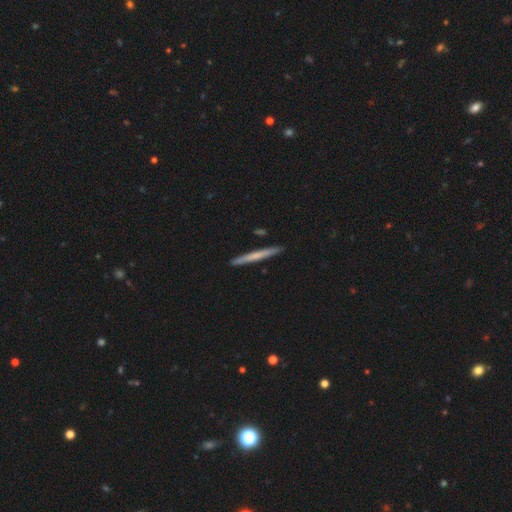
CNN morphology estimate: This appears to be a smooth galaxy with no disk features (58%) that is cigar-shaped (97%). Merging: none (91%).